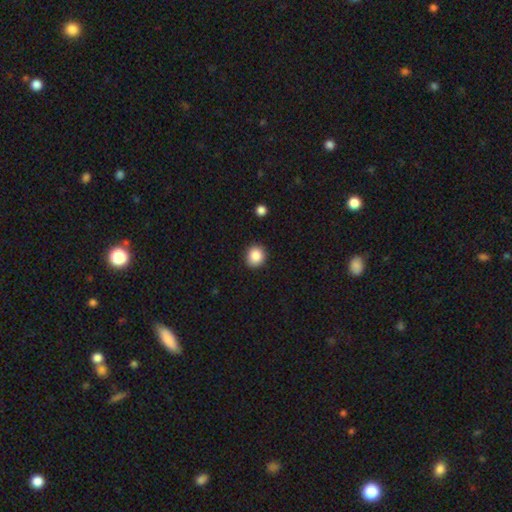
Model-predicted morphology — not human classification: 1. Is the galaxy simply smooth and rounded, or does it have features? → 87% smooth, 9% star or artifact, 4% featured or disk.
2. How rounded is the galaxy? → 81% round, 18% in between, 1% cigar-shaped.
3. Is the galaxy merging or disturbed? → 89% none, 8% minor disturbance, 2% major disturbance, 1% merger.